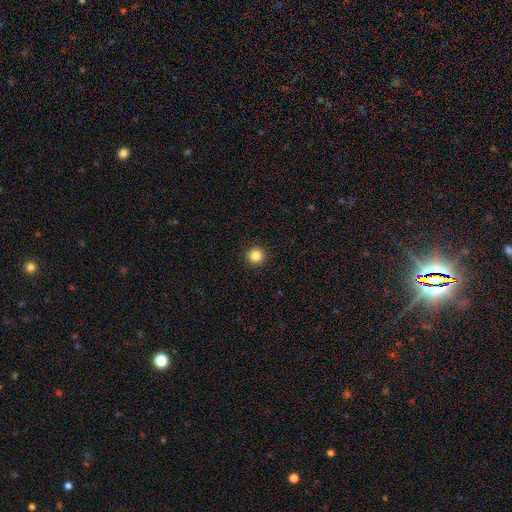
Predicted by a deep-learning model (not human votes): This appears to be a smooth galaxy with no disk features (84%) that is round (95%). Merging: none (93%).